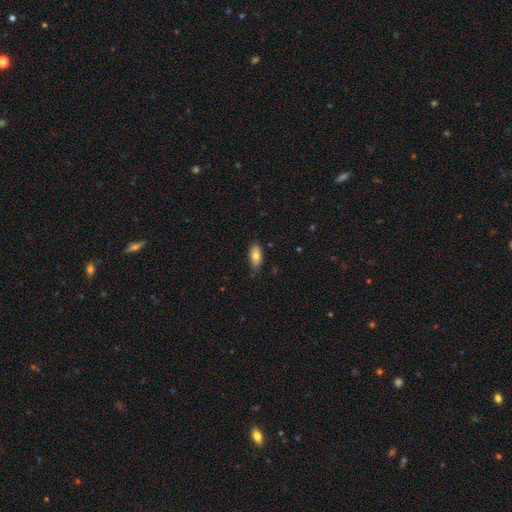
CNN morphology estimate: smooth_or_featured: smooth (p=0.77) [alt: featured or disk p=0.15]
how_rounded: in between (p=0.87) [alt: cigar-shaped p=0.09]
merging: none (p=0.79) [alt: minor disturbance p=0.17]